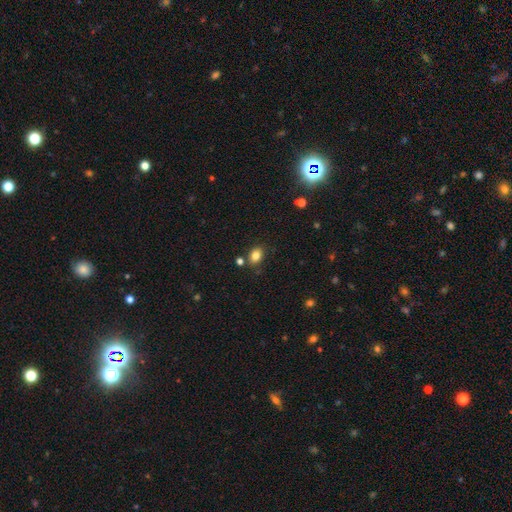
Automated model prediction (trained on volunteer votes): The model was most divided on "how rounded": in between: 71%, round: 28%, cigar-shaped: 1%. More confident: smooth or featured — smooth (83%); merging — none (79%).